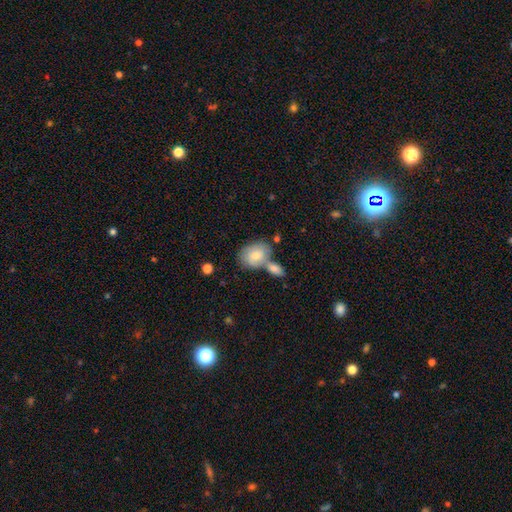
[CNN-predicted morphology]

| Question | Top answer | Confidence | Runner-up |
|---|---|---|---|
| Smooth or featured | smooth | 73% | featured or disk (21%) |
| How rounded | in between | 69% | round (29%) |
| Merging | merger | 45% | none (38%) |